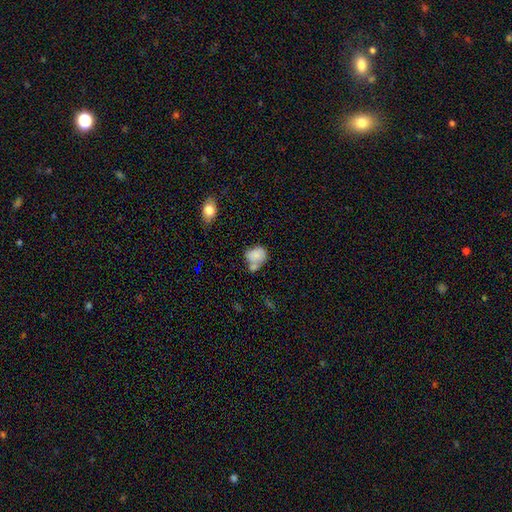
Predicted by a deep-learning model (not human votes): A smooth galaxy with no disk features (77%) that is in between round and cigar-shaped (52%). Merging: merger (40%).